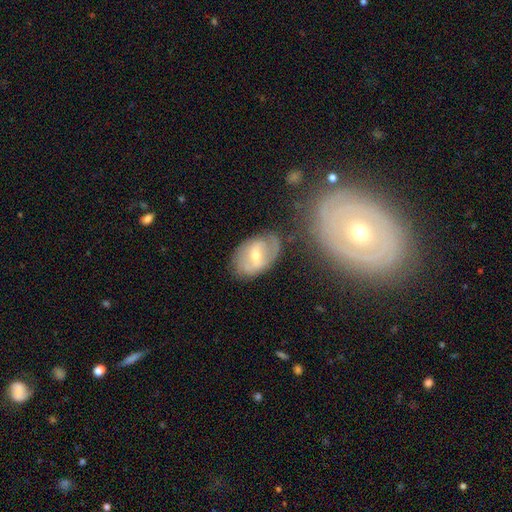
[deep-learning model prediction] Smooth or featured? Predicted: featured or disk (p=0.66). Edge-on disk? Predicted: no (p=0.93). Bar? Predicted: weak (p=0.46). Spiral arms? Predicted: yes (p=0.70). Bulge size? Predicted: moderate (p=0.54). Merging? Predicted: none (p=0.68).